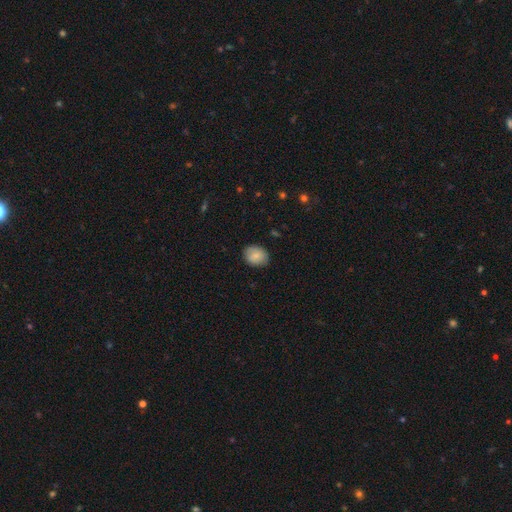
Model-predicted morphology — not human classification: smooth_or_featured: smooth (p=0.83) [alt: featured or disk p=0.10]
how_rounded: round (p=0.51) [alt: in between p=0.48]
merging: none (p=0.81) [alt: minor disturbance p=0.15]